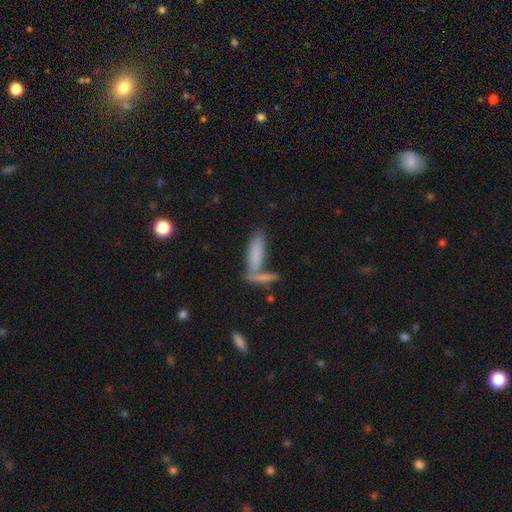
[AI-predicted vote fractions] Morphology: type=smooth (77%); roundness=cigar-shaped (49%); merging=none (50%).